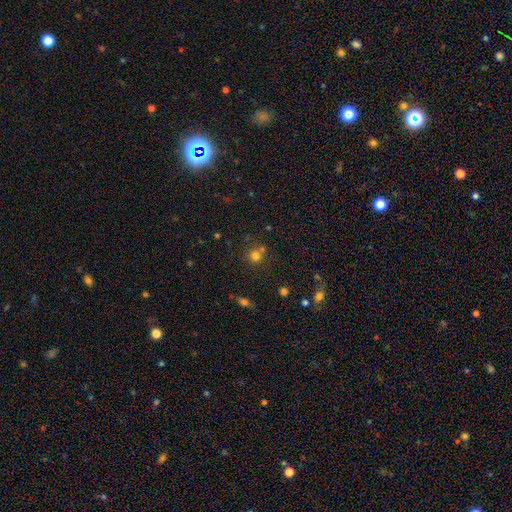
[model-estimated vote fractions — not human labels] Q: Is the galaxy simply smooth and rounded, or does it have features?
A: smooth — 72%.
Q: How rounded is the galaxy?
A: round — 87%.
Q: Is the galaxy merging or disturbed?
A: none — 61%.